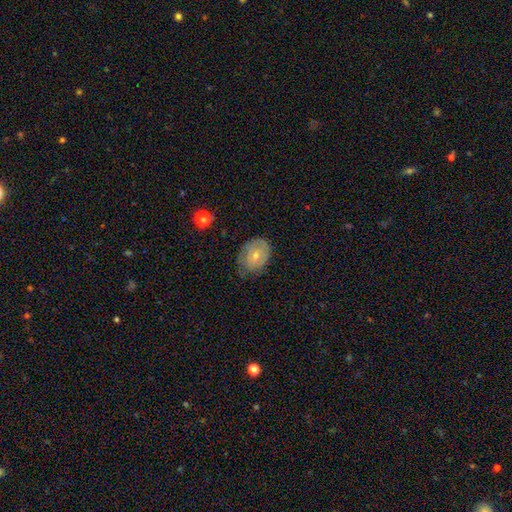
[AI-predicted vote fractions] Q: Smooth or featured?
A: smooth (47%); runner-up: featured or disk (46%)
Q: Merging?
A: none (56%); runner-up: minor disturbance (32%)